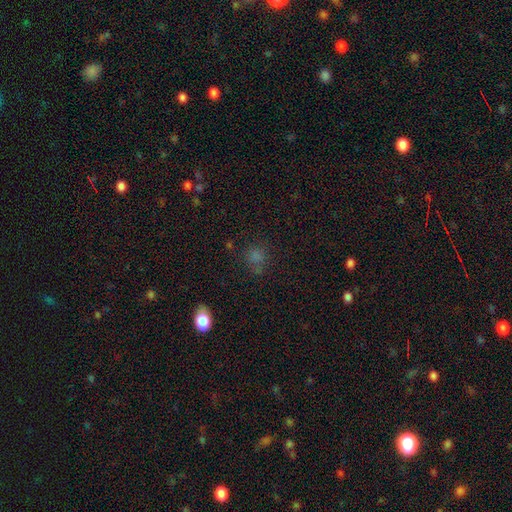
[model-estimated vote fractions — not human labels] The model was most divided on "smooth or featured": smooth: 62%, star or artifact: 30%, featured or disk: 8%. More confident: how rounded — round (82%); merging — none (72%).